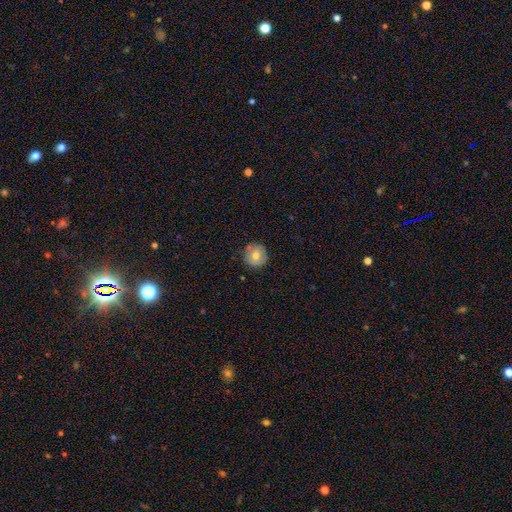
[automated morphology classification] The model was most divided on "smooth or featured": smooth: 70%, featured or disk: 22%, star or artifact: 8%. More confident: how rounded — round (95%); merging — none (87%).